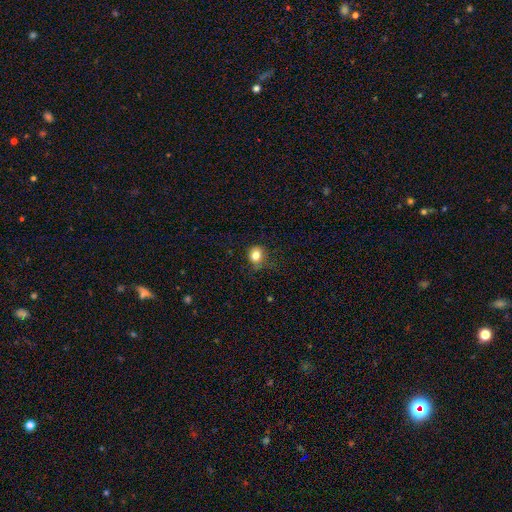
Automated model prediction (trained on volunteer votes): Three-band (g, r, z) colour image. It shows a smooth galaxy with no disk features (83%) that is round (70%). Merging: none (70%).